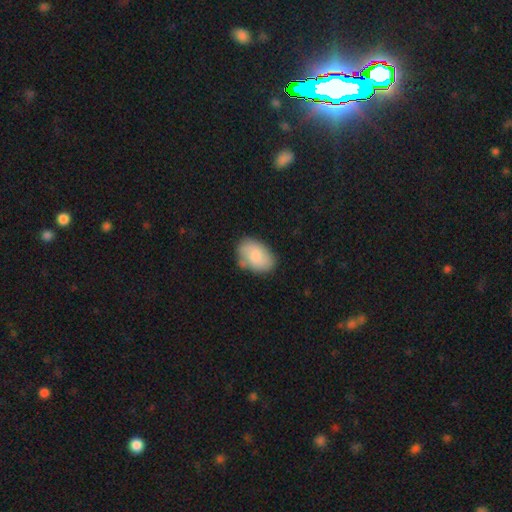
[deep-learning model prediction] This appears to be a smooth galaxy with no disk features (79%) that is in between round and cigar-shaped (88%). Merging: none (69%).